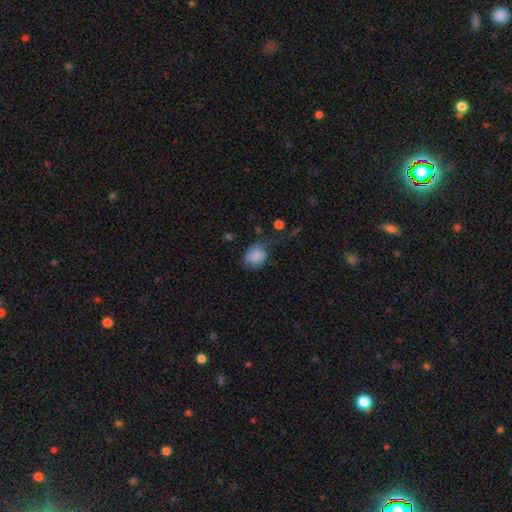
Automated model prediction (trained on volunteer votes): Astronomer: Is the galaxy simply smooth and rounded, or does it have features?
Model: smooth — 79%.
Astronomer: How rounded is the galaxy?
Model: round — 51% (runner-up: in between, 48%).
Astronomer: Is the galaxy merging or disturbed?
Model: none — 41% (runner-up: minor disturbance, 30%).